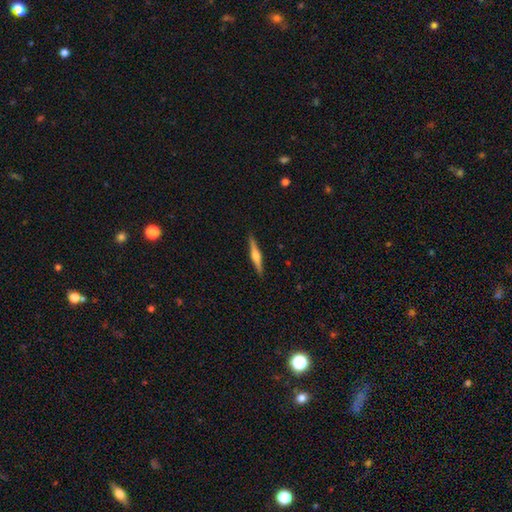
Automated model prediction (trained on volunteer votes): Smooth or featured?
  - featured or disk: 71% *
  - smooth: 23%
  - star or artifact: 5%
Edge-on disk?
  - yes: 98% *
  - no: 2%
Edge-on bulge?
  - rounded: 87% *
  - boxy: 9%
  - none: 4%
Merging?
  - none: 91% *
  - minor disturbance: 6%
  - major disturbance: 1%
  - merger: 1%